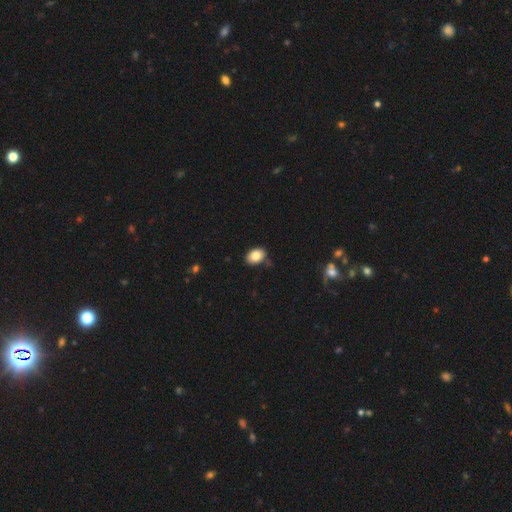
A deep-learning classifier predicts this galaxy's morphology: This is clearly a smooth galaxy (84%). How rounded: clearly in between (83%). Merging: clearly none (83%).